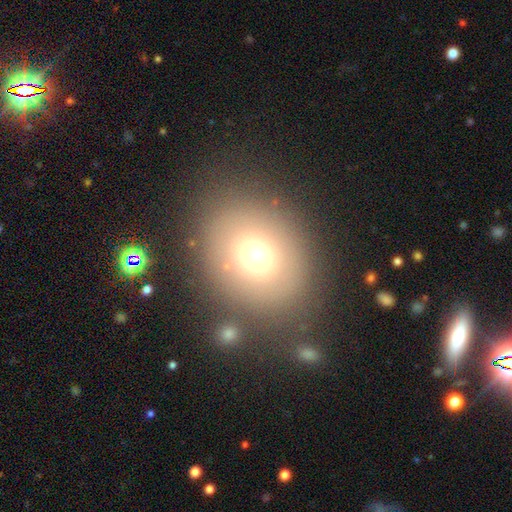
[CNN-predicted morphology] A smooth galaxy with no disk features (68%) that is round (55%). Merging: none (79%).